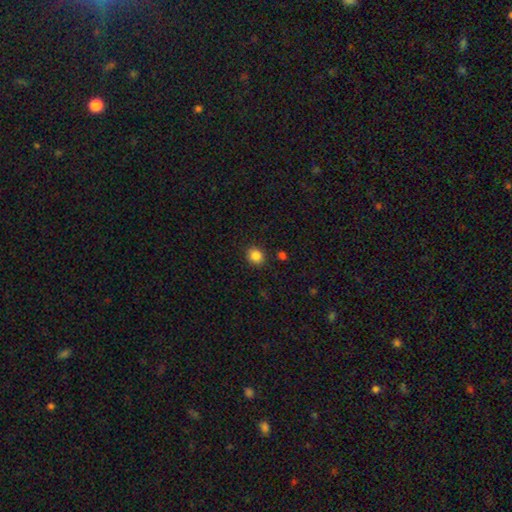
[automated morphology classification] Smooth or featured? Predicted: smooth (p=0.86). How rounded? Predicted: round (p=0.77). Merging? Predicted: none (p=0.88).